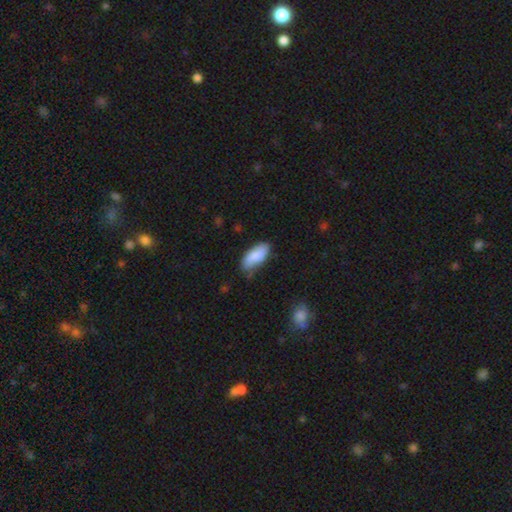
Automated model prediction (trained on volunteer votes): A smooth galaxy with no disk features (83%) that is in between round and cigar-shaped (88%). Merging: none (61%).